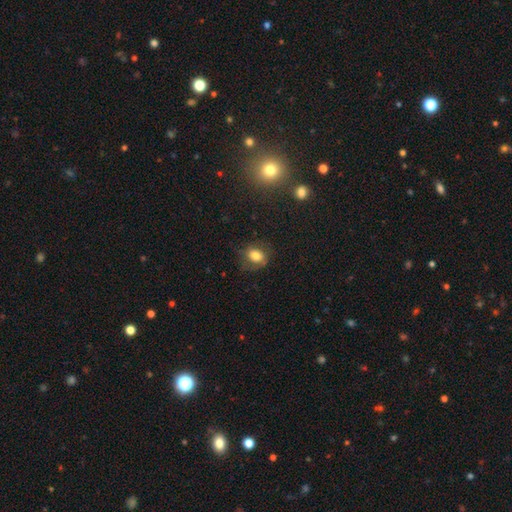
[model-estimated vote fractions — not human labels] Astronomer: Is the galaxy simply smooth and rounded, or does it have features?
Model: smooth — 75%.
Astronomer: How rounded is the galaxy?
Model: in between — 61% (runner-up: round, 38%).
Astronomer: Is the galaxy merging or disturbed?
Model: none — 65%.